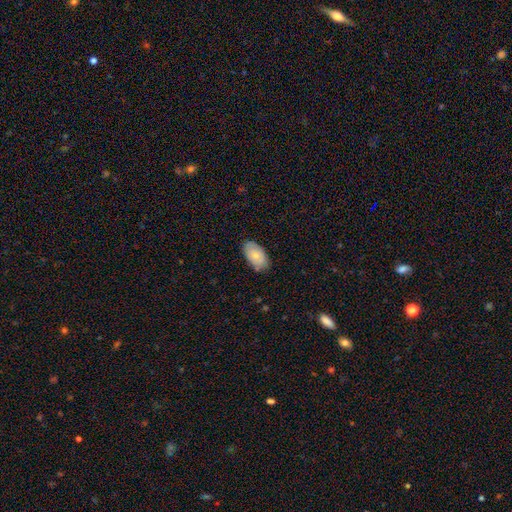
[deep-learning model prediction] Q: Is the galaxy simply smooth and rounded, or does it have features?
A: smooth — 76%.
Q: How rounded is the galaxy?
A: in between — 95%.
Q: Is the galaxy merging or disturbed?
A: none — 79%.